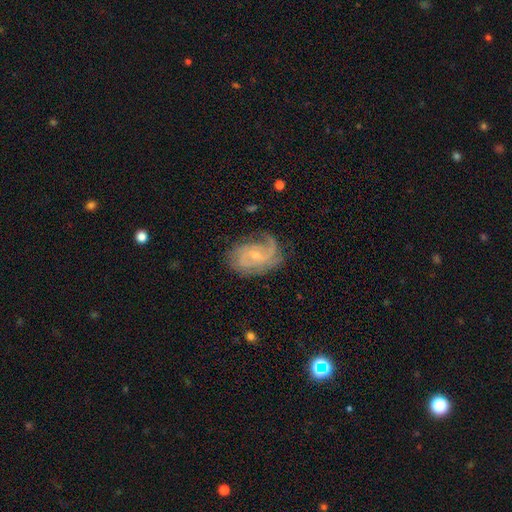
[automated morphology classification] A featured or disk galaxy (86%) with no bar (56%), 2 (41%) medium (43%) spiral arms (96%) and a small central bulge (67%).

Vote fractions:
- Smooth or featured? featured or disk: 86% / smooth: 8% / star or artifact: 6%
- Edge-on disk? no: 97% / yes: 3%
- Bar? no: 56% / weak: 37% / strong: 7%
- Spiral arms? yes: 96% / no: 4%
- Spiral winding? medium: 43% / tight: 42% / loose: 15%
- Spiral arm count? 2: 41% / 3: 20% / can't tell: 18% / 1: 11% / 4: 5% / more than 4: 4%
- Bulge size? small: 67% / moderate: 30% / none: 2% / large: 1% / dominant: 1%
- Merging? none: 65% / minor disturbance: 22% / major disturbance: 11% / merger: 2%